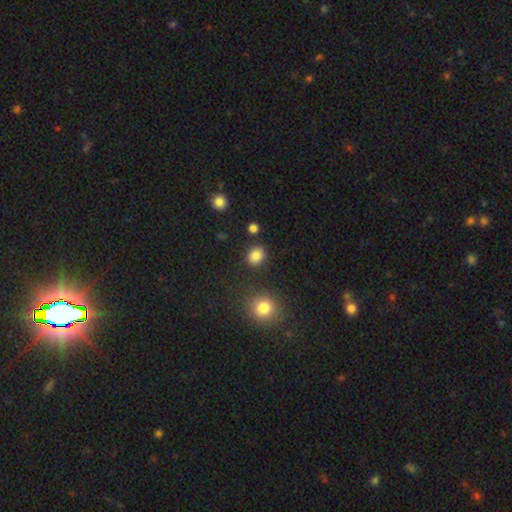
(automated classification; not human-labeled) Smooth or featured: smooth — 85% (star or artifact — 11%)
How rounded: round — 57% (in between — 42%)
Merging: none — 85% (minor disturbance — 8%)